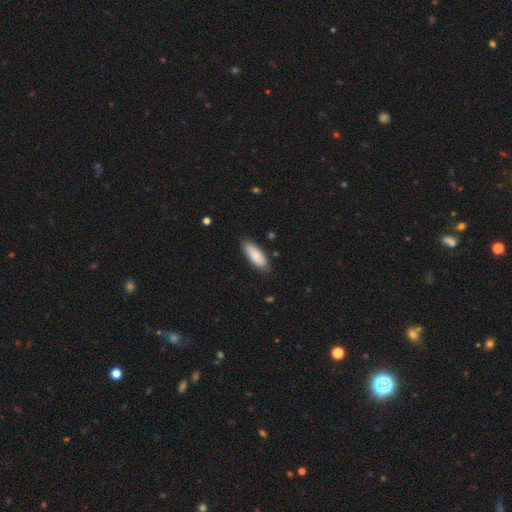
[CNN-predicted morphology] This appears to be a smooth galaxy with no disk features (85%) that is in between round and cigar-shaped (71%). Merging: none (83%).